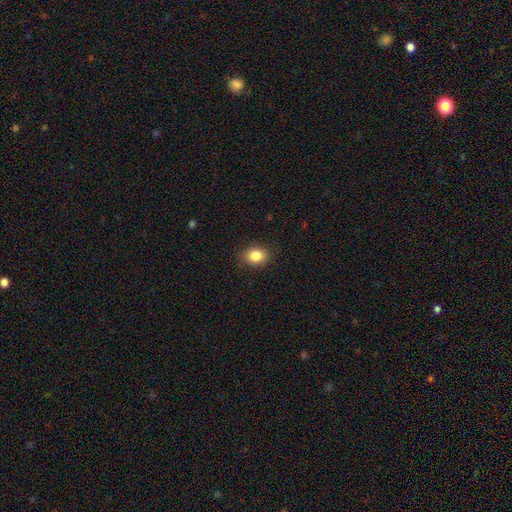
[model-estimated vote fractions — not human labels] A smooth galaxy with no disk features (85%) that is in between round and cigar-shaped (54%). Merging: none (87%).